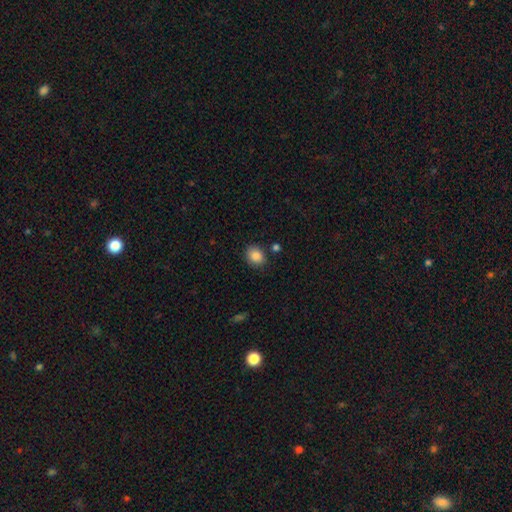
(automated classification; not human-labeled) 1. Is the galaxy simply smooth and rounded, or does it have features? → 87% smooth, 9% star or artifact, 4% featured or disk.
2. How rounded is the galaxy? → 52% round, 47% in between, 1% cigar-shaped.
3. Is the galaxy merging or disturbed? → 81% none, 12% minor disturbance, 4% merger, 3% major disturbance.